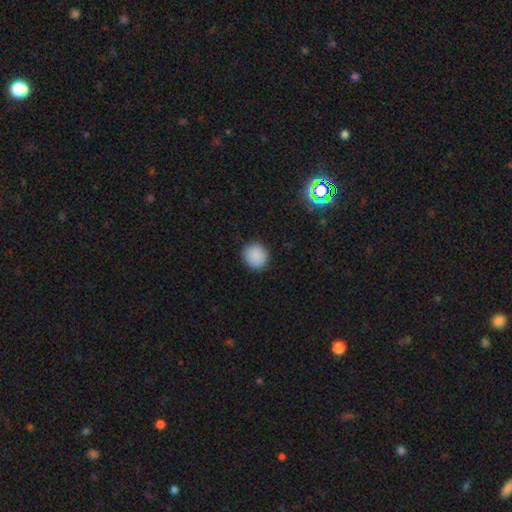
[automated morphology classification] Smooth or featured? smooth (87%)
How rounded? round (90%)
Merging? none (89%)